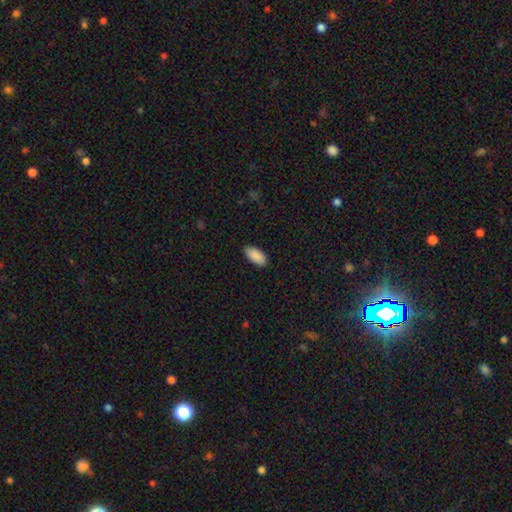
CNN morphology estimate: A smooth galaxy with no disk features (91%) that is in between round and cigar-shaped (94%).

Vote fractions:
- Smooth or featured? smooth: 91% / star or artifact: 6% / featured or disk: 3%
- How rounded? in between: 94% / cigar-shaped: 5% / round: 2%
- Merging? none: 88% / minor disturbance: 9% / major disturbance: 2% / merger: 1%